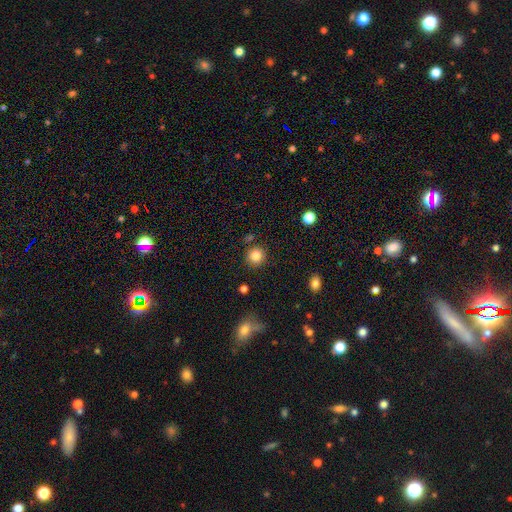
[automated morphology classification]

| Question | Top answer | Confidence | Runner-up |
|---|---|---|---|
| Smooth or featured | smooth | 84% | star or artifact (11%) |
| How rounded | round | 91% | in between (8%) |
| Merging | none | 84% | minor disturbance (9%) |